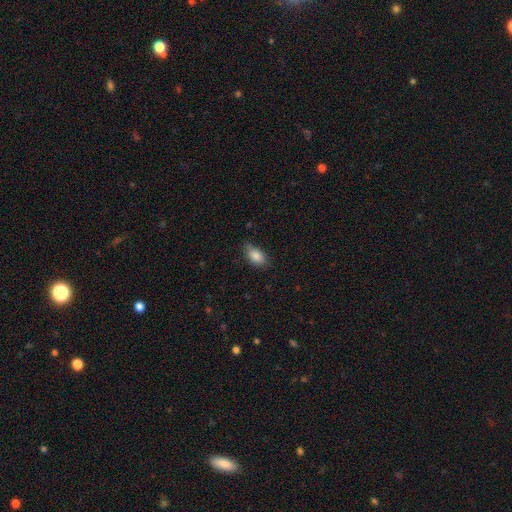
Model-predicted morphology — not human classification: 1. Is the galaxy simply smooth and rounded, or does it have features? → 86% smooth, 8% star or artifact, 6% featured or disk.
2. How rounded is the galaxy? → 90% in between, 7% round, 4% cigar-shaped.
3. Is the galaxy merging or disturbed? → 73% none, 21% minor disturbance, 4% major disturbance, 2% merger.